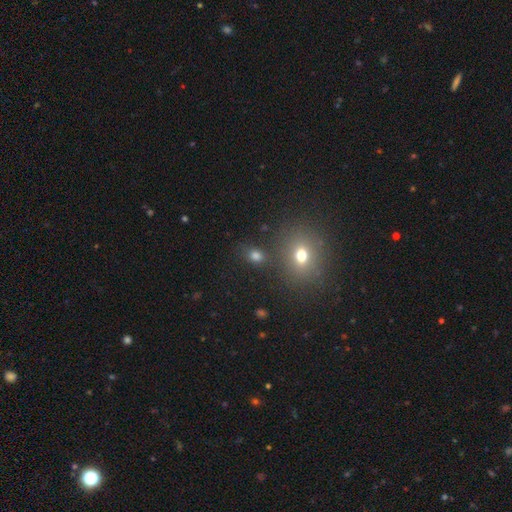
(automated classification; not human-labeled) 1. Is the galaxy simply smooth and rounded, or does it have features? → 75% smooth, 18% star or artifact, 7% featured or disk.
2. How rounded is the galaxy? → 50% in between, 48% round, 2% cigar-shaped.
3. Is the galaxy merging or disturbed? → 73% none, 11% merger, 11% minor disturbance, 5% major disturbance.